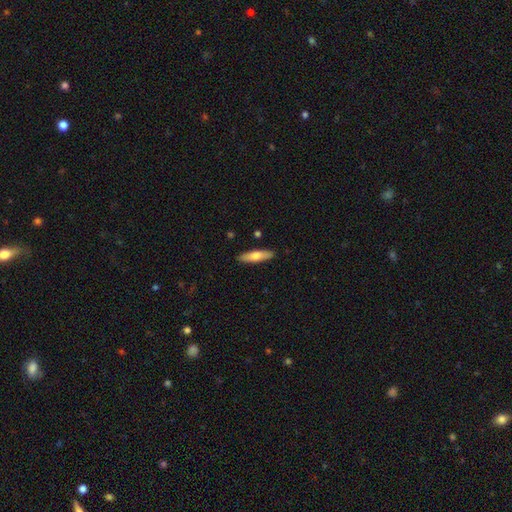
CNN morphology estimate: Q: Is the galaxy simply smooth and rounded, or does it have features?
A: smooth — 67%.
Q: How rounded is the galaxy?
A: cigar-shaped — 69%.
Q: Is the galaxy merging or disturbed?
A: none — 89%.